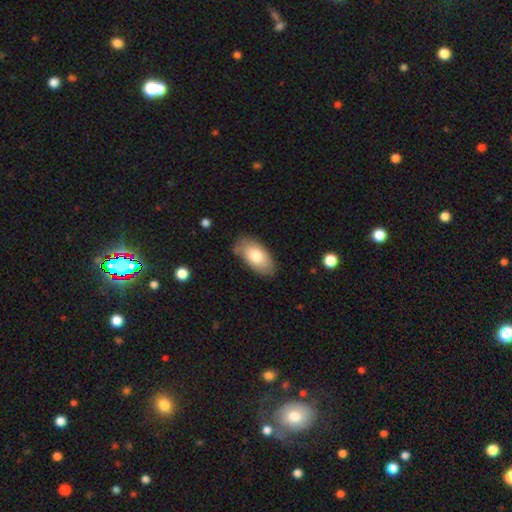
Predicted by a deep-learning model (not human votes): Smooth or featured: smooth — 78% (featured or disk — 16%)
How rounded: in between — 94% (round — 3%)
Merging: none — 76% (minor disturbance — 18%)